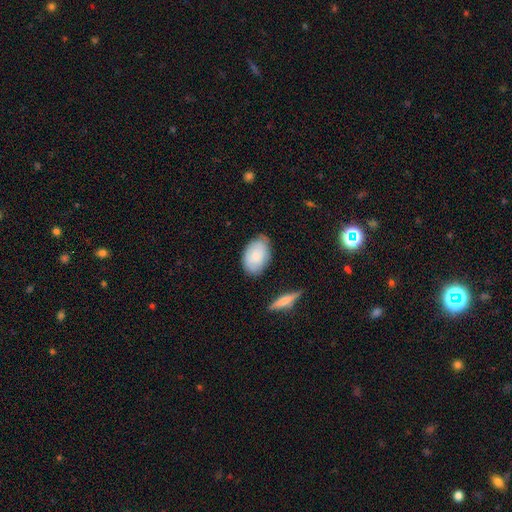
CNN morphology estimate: The model was most divided on "merging": none: 73%, minor disturbance: 20%, major disturbance: 4%, merger: 3%. More confident: how rounded — in between (91%); smooth or featured — smooth (80%).